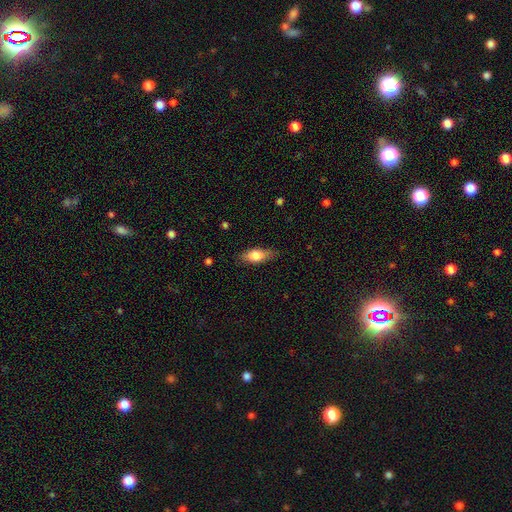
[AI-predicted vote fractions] This is likely a smooth galaxy (74%). How rounded: likely in between (76%). Merging: likely none (79%).